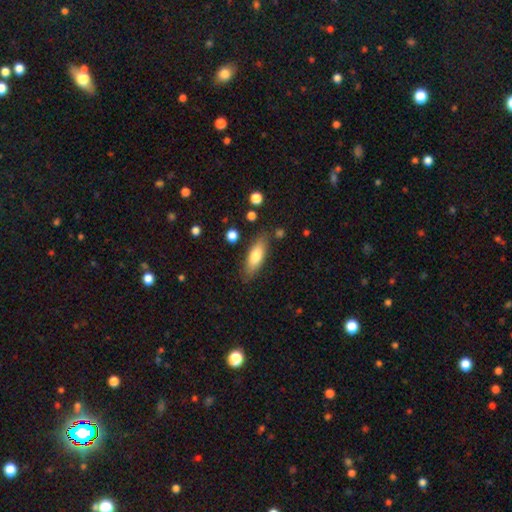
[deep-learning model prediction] The model was most divided on "how rounded": in between: 60%, cigar-shaped: 38%, round: 2%. More confident: merging — none (81%); smooth or featured — smooth (75%).